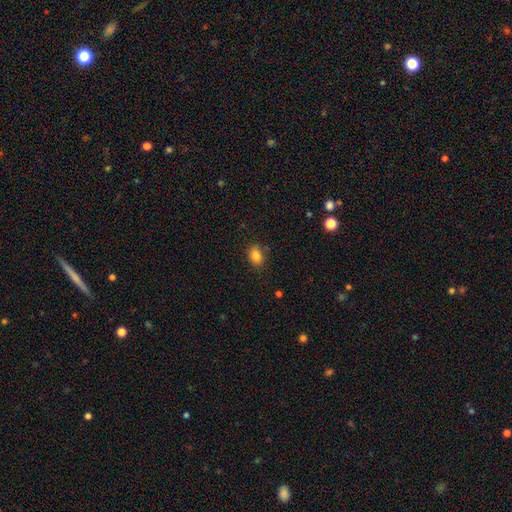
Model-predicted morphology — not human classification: Smooth or featured: smooth — 83% (star or artifact — 10%)
How rounded: in between — 72% (round — 27%)
Merging: none — 81% (minor disturbance — 14%)